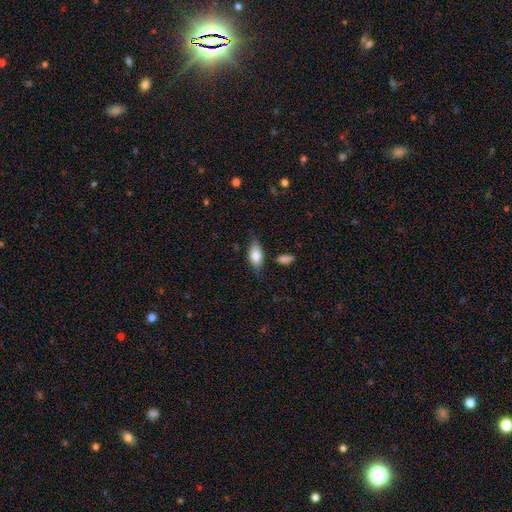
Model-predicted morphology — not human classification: smooth_or_featured: smooth (p=0.73) [alt: featured or disk p=0.20]
how_rounded: in between (p=0.85) [alt: cigar-shaped p=0.09]
merging: none (p=0.69) [alt: minor disturbance p=0.22]